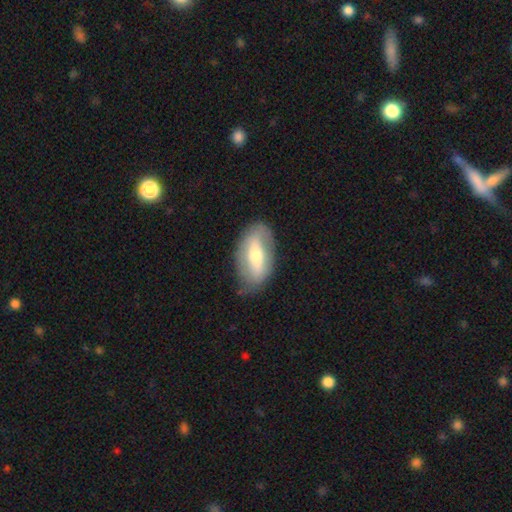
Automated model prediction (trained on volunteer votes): This is possibly a featured or disk galaxy (51%). It is clearly not viewed edge-on (82%). Merging: likely none (77%).